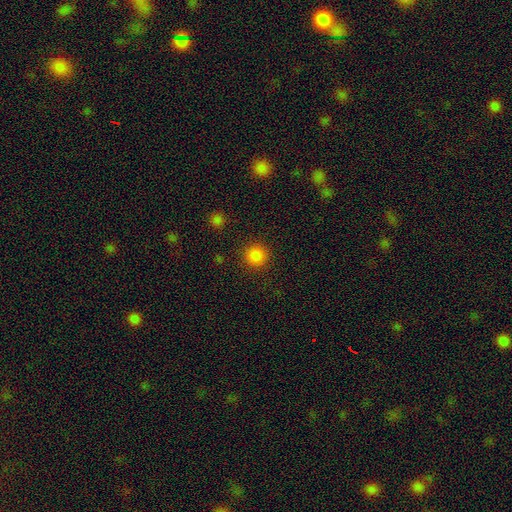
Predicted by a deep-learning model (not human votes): Overall: smooth (86%). How rounded: round (95%). Merging: none (91%).